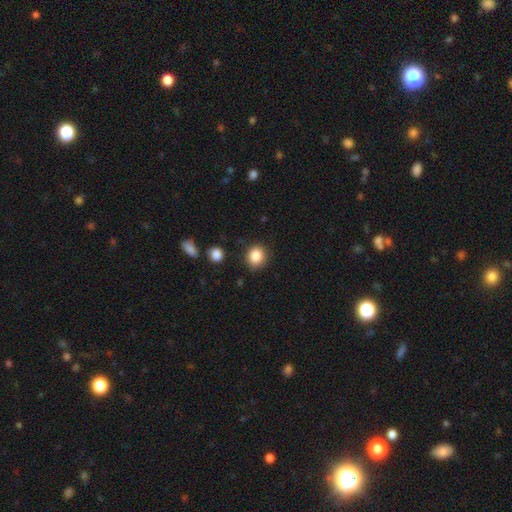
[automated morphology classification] Smooth or featured? Predicted: smooth (p=0.87). How rounded? Predicted: round (p=0.67). Merging? Predicted: none (p=0.83).